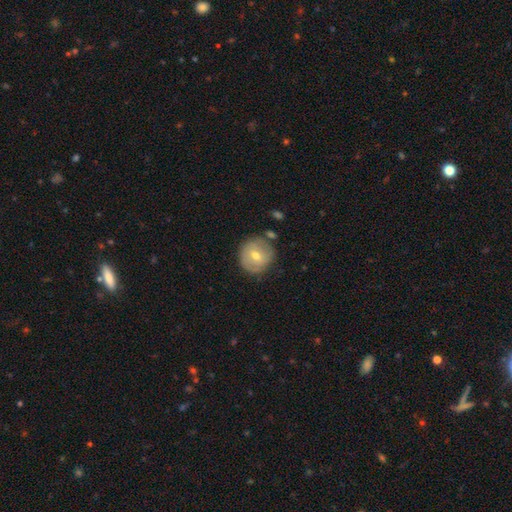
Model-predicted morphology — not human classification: This appears to be a smooth galaxy with no disk features (55%) that is round (90%). Merging: none (77%).